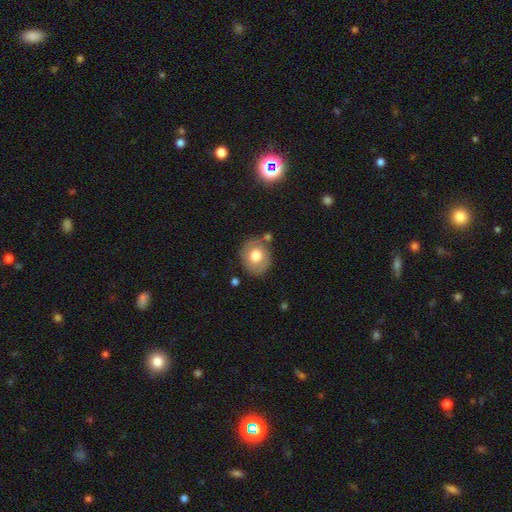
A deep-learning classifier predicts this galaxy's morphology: The model was most divided on "how rounded": round: 69%, in between: 30%, cigar-shaped: 1%. More confident: merging — none (72%); smooth or featured — smooth (69%).